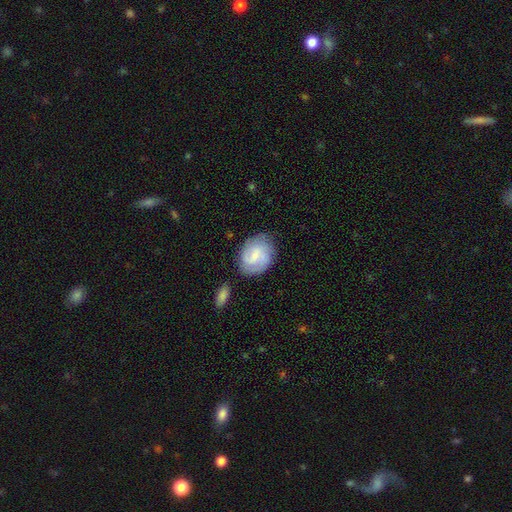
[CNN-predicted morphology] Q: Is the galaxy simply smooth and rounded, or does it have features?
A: featured or disk — 54%.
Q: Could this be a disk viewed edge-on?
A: no — 97%.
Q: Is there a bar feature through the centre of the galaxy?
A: weak — 57%.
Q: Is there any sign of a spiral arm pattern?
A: yes — 87%.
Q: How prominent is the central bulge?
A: small — 61%.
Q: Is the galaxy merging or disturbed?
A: none — 70%.